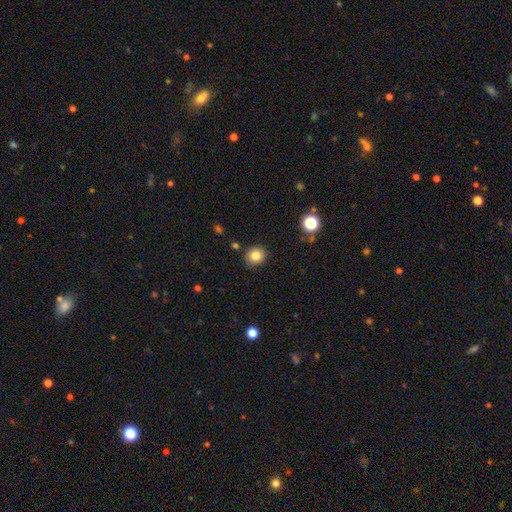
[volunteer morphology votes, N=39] A smooth galaxy with no disk features (90%) that is round (89%). Merging: none (77%).